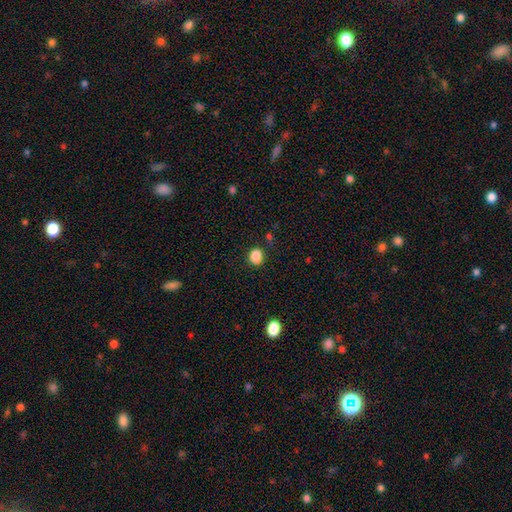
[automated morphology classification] Overall: smooth (86%). How rounded: round (61%; in between 38%). Merging: none (82%).